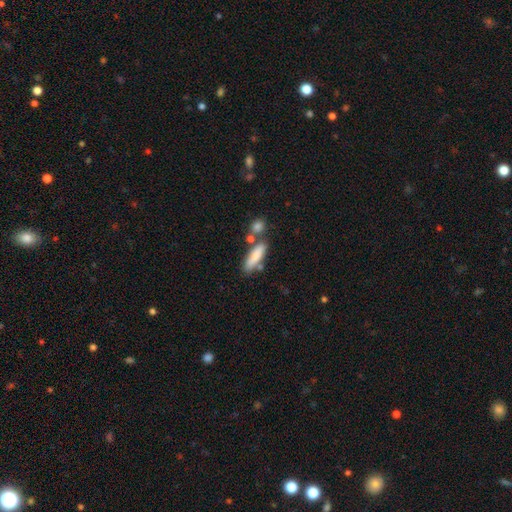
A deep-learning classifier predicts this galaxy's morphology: This is likely a smooth galaxy (80%). How rounded: possibly cigar-shaped (60%). Merging: possibly none (60%).